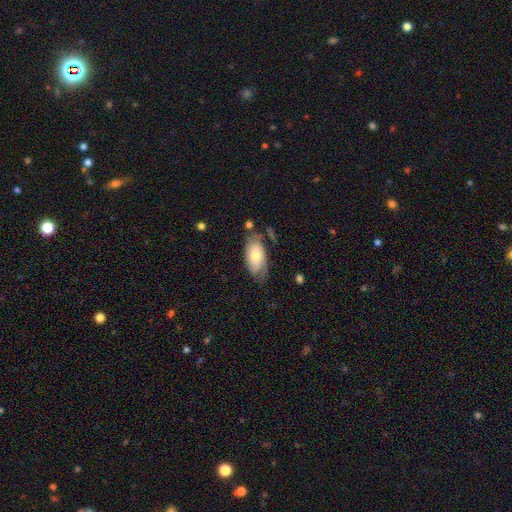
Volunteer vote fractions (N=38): smooth 63%, featured or disk 32%, star or artifact 5%. Down the decision tree: how rounded — in between (92%); merging — none (47%).